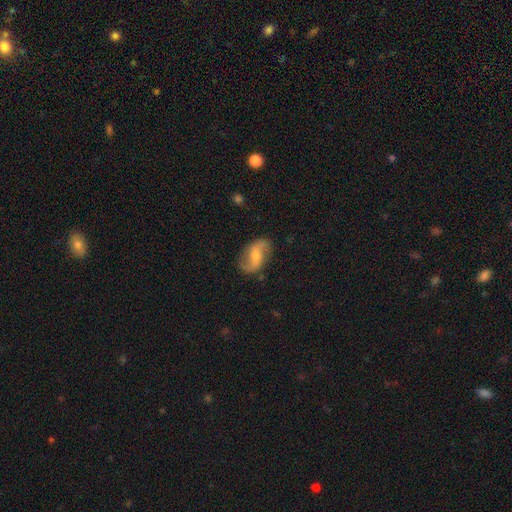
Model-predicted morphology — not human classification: This appears to be a featured or disk galaxy (78%) with a weak bar (47%), 2 (92%) loose (65%) spiral arms (95%) and a moderate central bulge (40%, tied with small). Merging: none (79%).